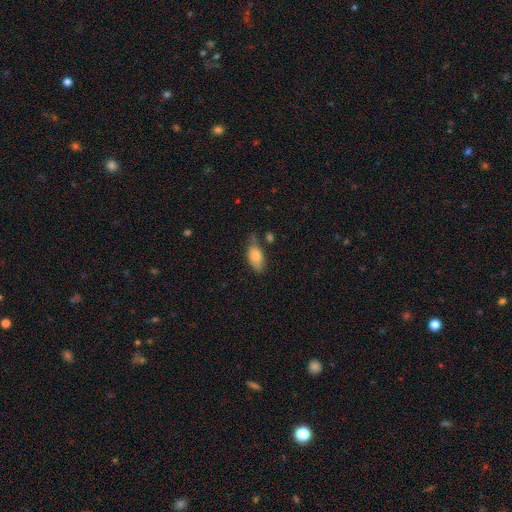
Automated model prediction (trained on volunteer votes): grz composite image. It shows a smooth galaxy with no disk features (80%) that is in between round and cigar-shaped (89%). Merging: none (52%).